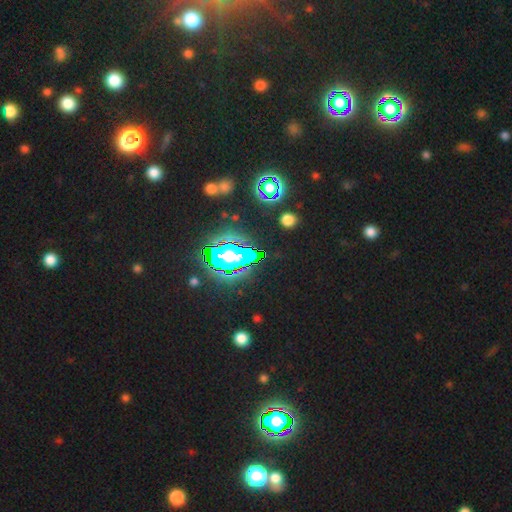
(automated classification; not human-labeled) A star or artifact, not a galaxy (75%).